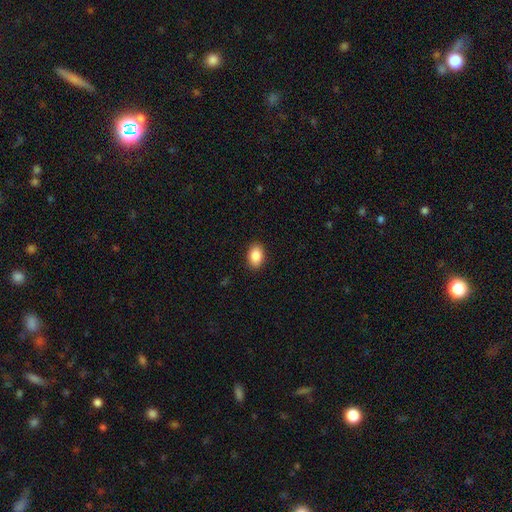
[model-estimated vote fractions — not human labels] Q: Smooth or featured?
A: smooth (88%); runner-up: star or artifact (7%)
Q: How rounded?
A: in between (88%); runner-up: round (11%)
Q: Merging?
A: none (90%); runner-up: minor disturbance (7%)